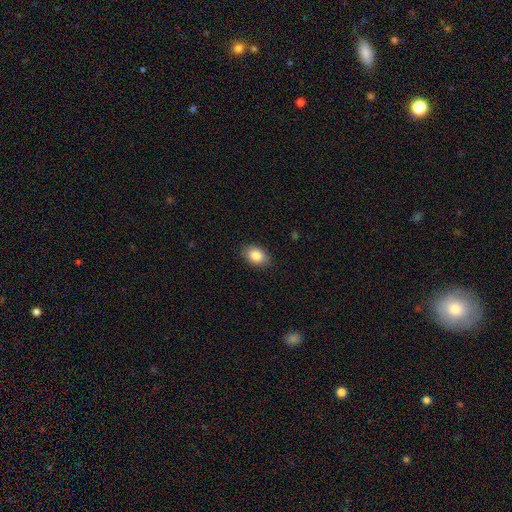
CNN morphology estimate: smooth-or-featured: smooth: 85% | star or artifact: 8% | featured or disk: 7%
  how-rounded: in between: 79% | round: 20% | cigar-shaped: 1%
  merging: none: 87% | minor disturbance: 10% | major disturbance: 2% | merger: 1%